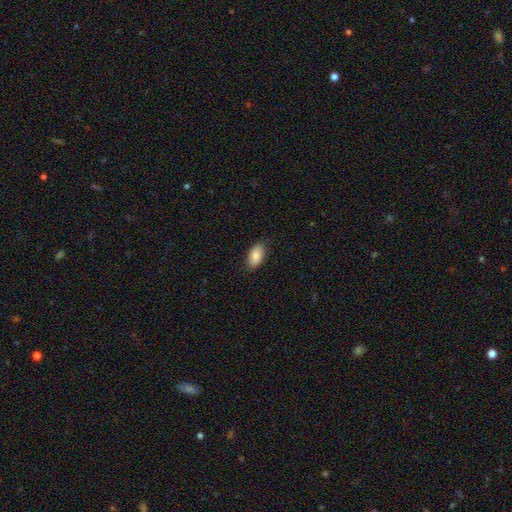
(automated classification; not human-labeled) smooth 85%, featured or disk 9%, star or artifact 6%. Down the decision tree: how rounded — in between (93%); merging — none (84%).